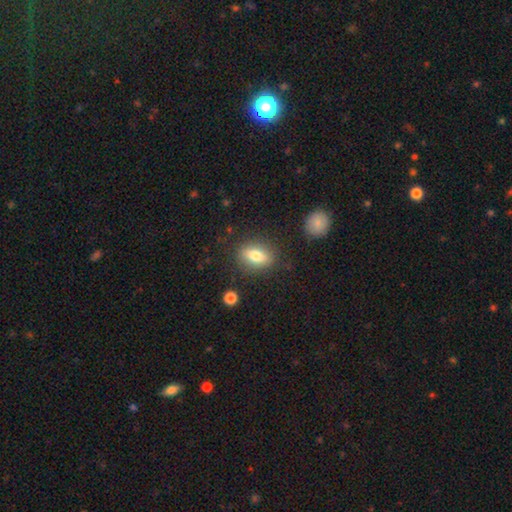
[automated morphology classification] Q: Smooth or featured?
A: smooth (75%); runner-up: featured or disk (17%)
Q: How rounded?
A: in between (76%); runner-up: round (17%)
Q: Merging?
A: none (84%); runner-up: minor disturbance (11%)